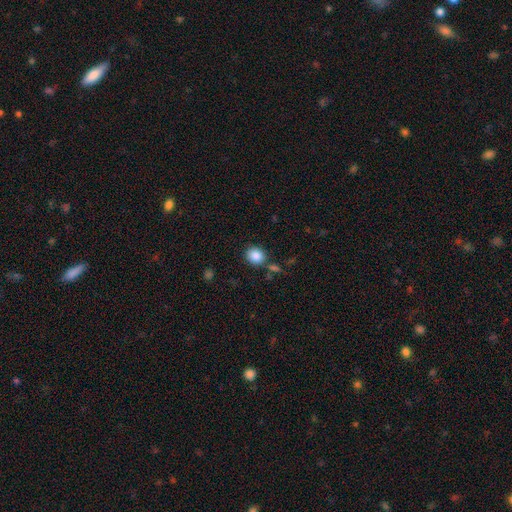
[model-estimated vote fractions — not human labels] Overall: smooth (87%). How rounded: round (76%). Merging: none (78%).